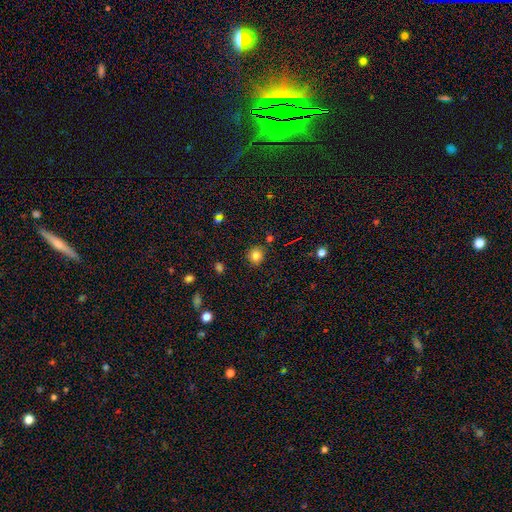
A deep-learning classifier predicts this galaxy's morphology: A smooth galaxy with no disk features (82%) that is round (87%). Merging: none (86%).